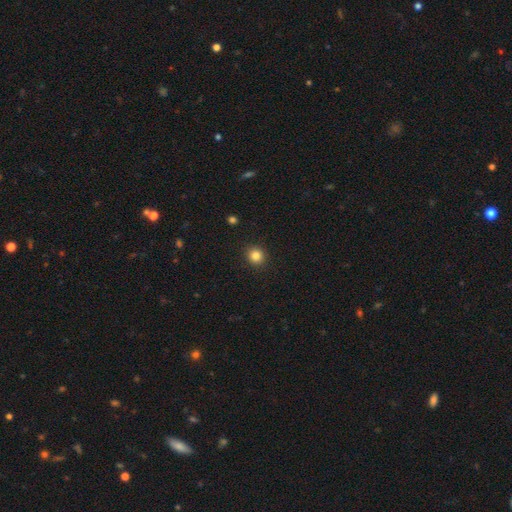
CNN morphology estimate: smooth-or-featured: smooth: 84% | star or artifact: 11% | featured or disk: 5%
  how-rounded: round: 89% | in between: 10% | cigar-shaped: 1%
  merging: none: 92% | minor disturbance: 5% | major disturbance: 2% | merger: 1%